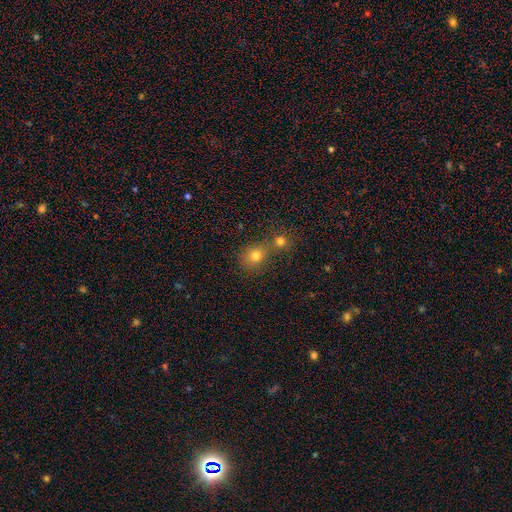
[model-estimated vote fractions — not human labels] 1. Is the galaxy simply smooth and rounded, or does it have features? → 76% smooth, 15% star or artifact, 9% featured or disk.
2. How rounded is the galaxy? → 75% round, 24% in between, 1% cigar-shaped.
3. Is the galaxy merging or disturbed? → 45% none, 42% merger, 9% minor disturbance, 4% major disturbance.